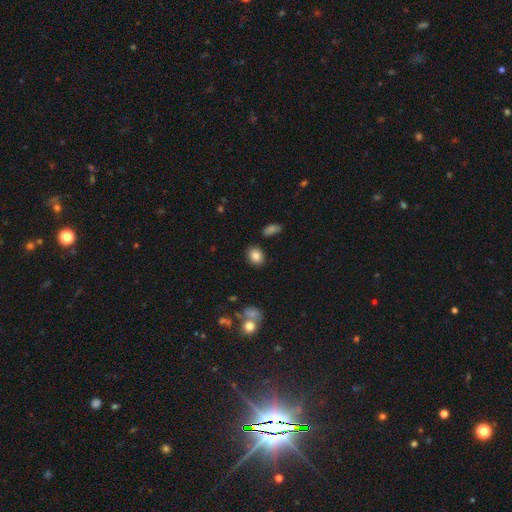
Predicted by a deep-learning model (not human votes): This appears to be a smooth galaxy with no disk features (84%) that is round (52%). Merging: none (85%).